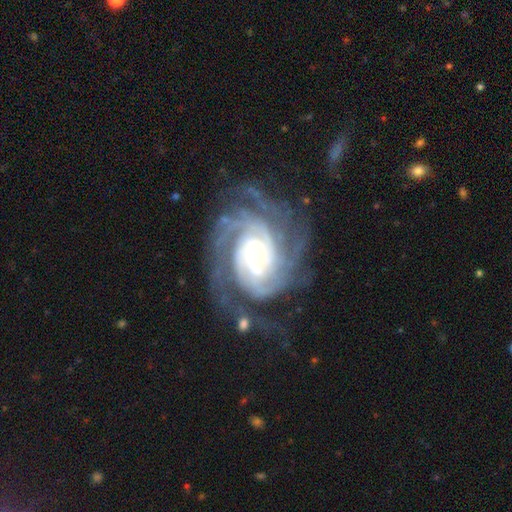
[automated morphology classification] Smooth or featured? Predicted: featured or disk (p=0.92). Edge-on disk? Predicted: no (p=0.98). Bar? Predicted: no (p=0.67). Spiral arms? Predicted: yes (p=0.98). Spiral winding? Predicted: tight (p=0.72). Spiral arm count? Predicted: 4 (p=0.26). Bulge size? Predicted: small (p=0.57). Merging? Predicted: none (p=0.64).